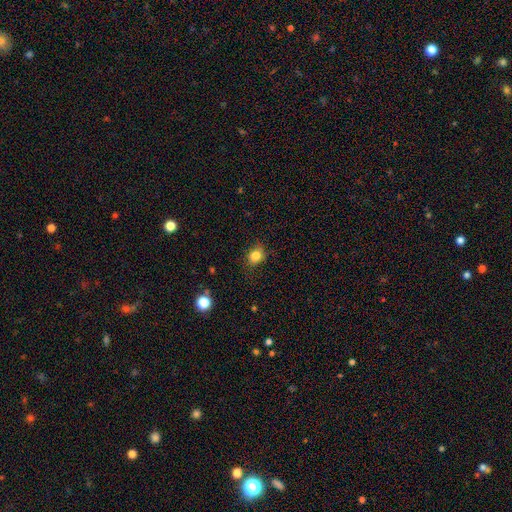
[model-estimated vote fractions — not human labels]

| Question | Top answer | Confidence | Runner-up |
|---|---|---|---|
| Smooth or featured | smooth | 83% | star or artifact (12%) |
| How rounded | round | 62% | in between (37%) |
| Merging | none | 81% | minor disturbance (15%) |